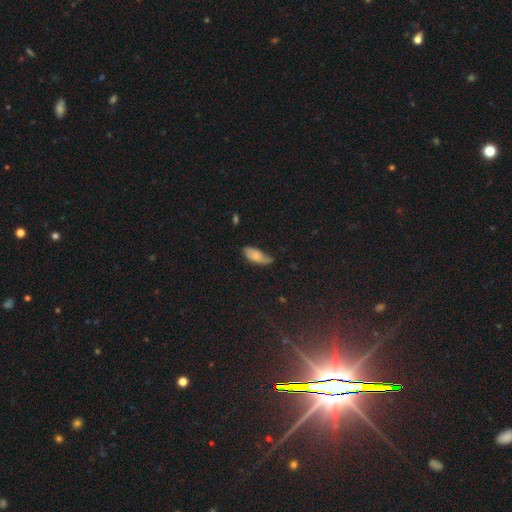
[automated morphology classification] smooth 70%, featured or disk 23%, star or artifact 8%. Down the decision tree: how rounded — in between (82%); merging — none (44%).